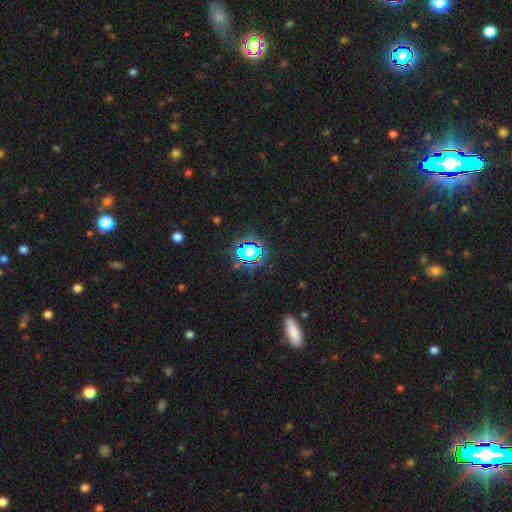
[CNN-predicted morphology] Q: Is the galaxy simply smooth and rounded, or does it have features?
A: star or artifact — 71%.